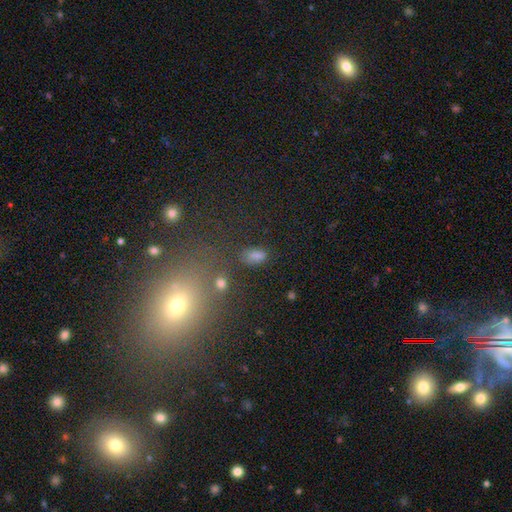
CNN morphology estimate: Smooth or featured?
  - smooth: 72% *
  - star or artifact: 18%
  - featured or disk: 10%
How rounded?
  - in between: 87% *
  - round: 9%
  - cigar-shaped: 4%
Merging?
  - none: 68% *
  - minor disturbance: 18%
  - major disturbance: 8%
  - merger: 6%